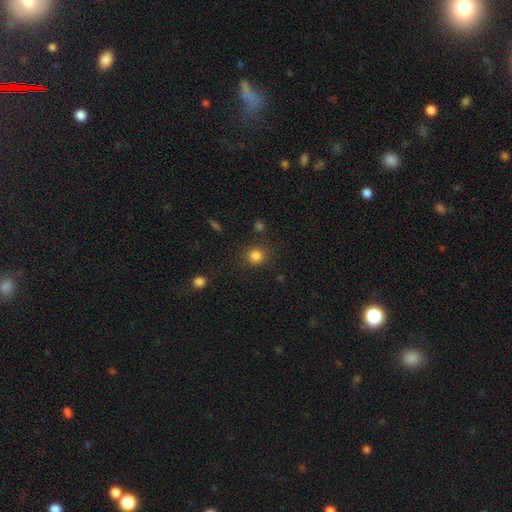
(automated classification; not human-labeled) This appears to be a smooth galaxy with no disk features (84%) that is round (87%). Merging: none (83%).